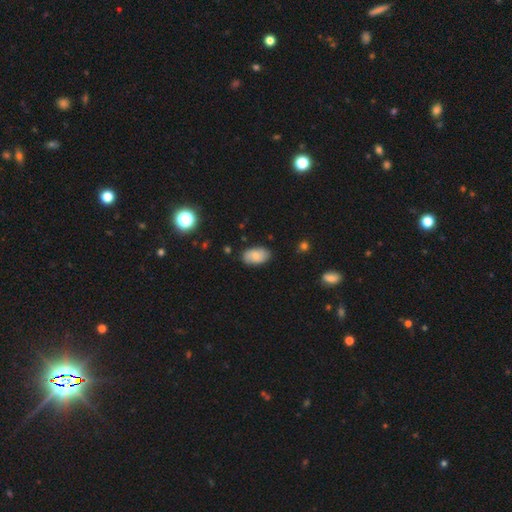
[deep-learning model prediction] Q: Smooth or featured?
A: smooth (73%); runner-up: featured or disk (19%)
Q: How rounded?
A: in between (93%); runner-up: round (5%)
Q: Merging?
A: none (82%); runner-up: minor disturbance (14%)